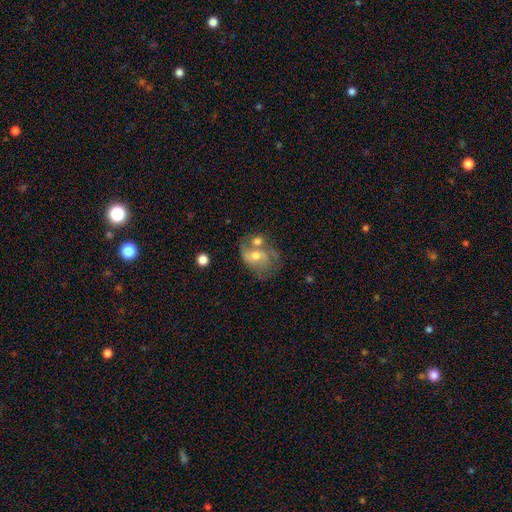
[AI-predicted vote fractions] A featured or disk galaxy (58%) with no bar (63%), spiral arms (66%) and a moderate central bulge (64%). Merging: merger (39%).